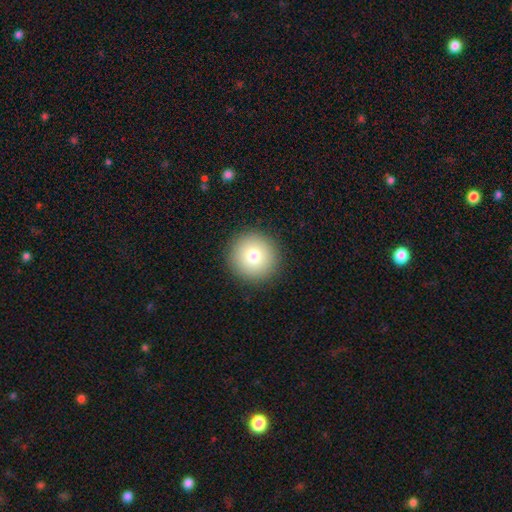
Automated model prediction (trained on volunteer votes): smooth 78%, star or artifact 12%, featured or disk 10%. Down the decision tree: how rounded — round (96%); merging — none (93%).